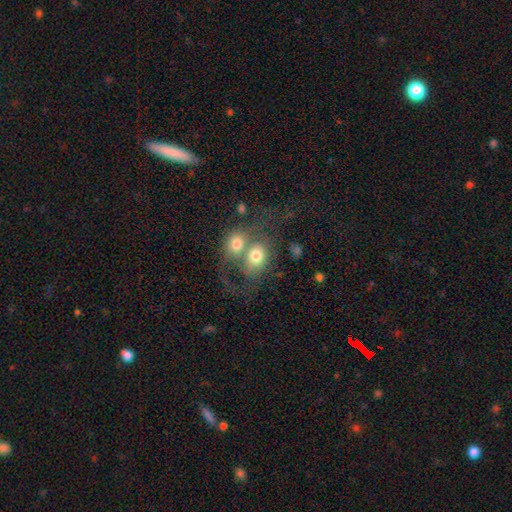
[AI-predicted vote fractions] Smooth or featured? smooth (62%)
How rounded? in between (56%)
Merging? merger (68%)